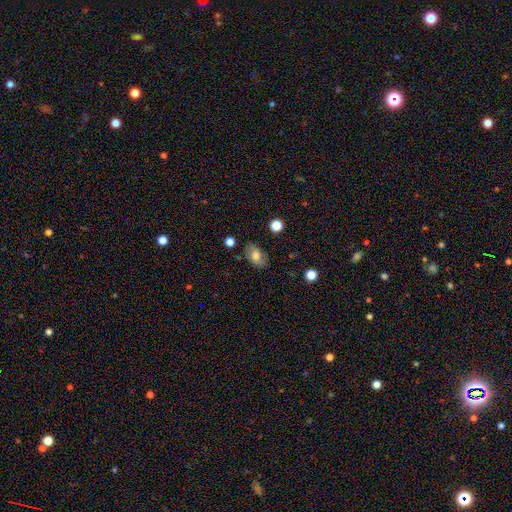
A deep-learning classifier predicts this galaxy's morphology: A smooth galaxy with no disk features (73%) that is in between round and cigar-shaped (88%). Merging: none (77%).